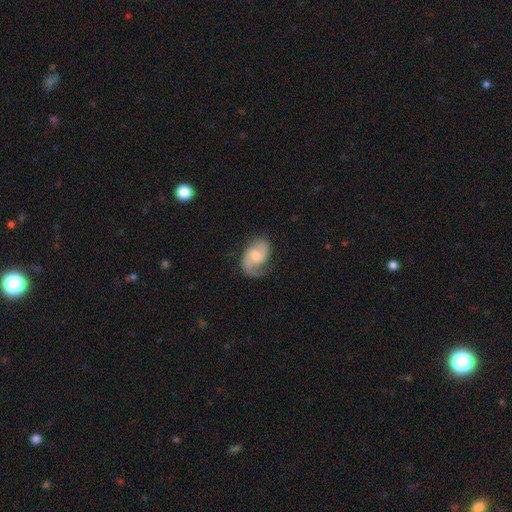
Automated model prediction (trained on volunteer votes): featured or disk 80%, smooth 15%, star or artifact 5%. Down the decision tree: edge-on disk — no (98%); bar — no (54%); spiral arms — yes (96%); spiral arm count — 2 (73%); spiral winding — medium (50%); bulge size — moderate (52%); merging — none (65%).